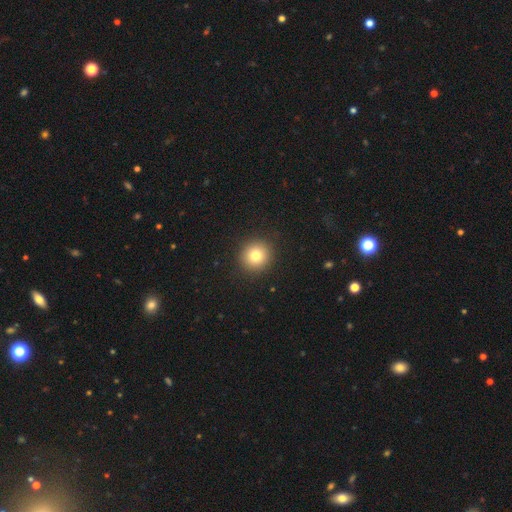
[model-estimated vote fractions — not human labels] Smooth or featured? Predicted: smooth (p=0.79). How rounded? Predicted: round (p=0.93). Merging? Predicted: none (p=0.92).